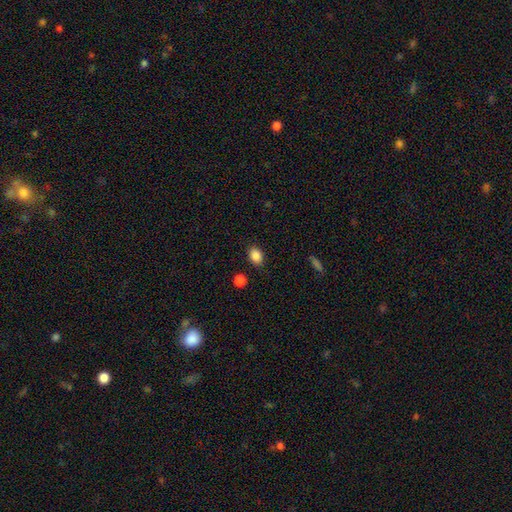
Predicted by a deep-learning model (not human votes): Smooth or featured?
  - smooth: 87% *
  - star or artifact: 9%
  - featured or disk: 4%
How rounded?
  - in between: 67% *
  - round: 32%
  - cigar-shaped: 1%
Merging?
  - none: 85% *
  - minor disturbance: 10%
  - major disturbance: 3%
  - merger: 2%